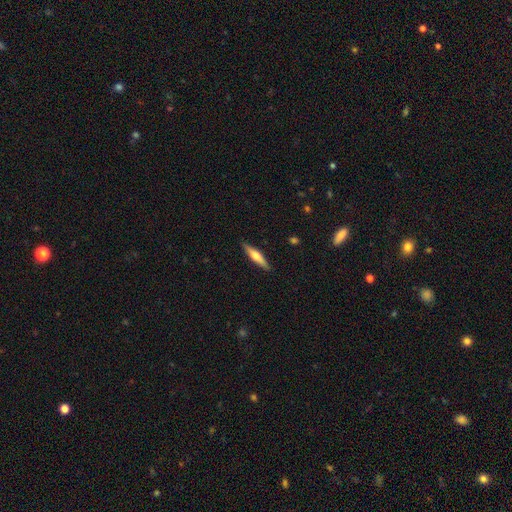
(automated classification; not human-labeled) smooth_or_featured: featured or disk (p=0.51) [alt: smooth p=0.43]
disk_edge_on: yes (p=0.95) [alt: no p=0.05]
merging: none (p=0.90) [alt: minor disturbance p=0.08]